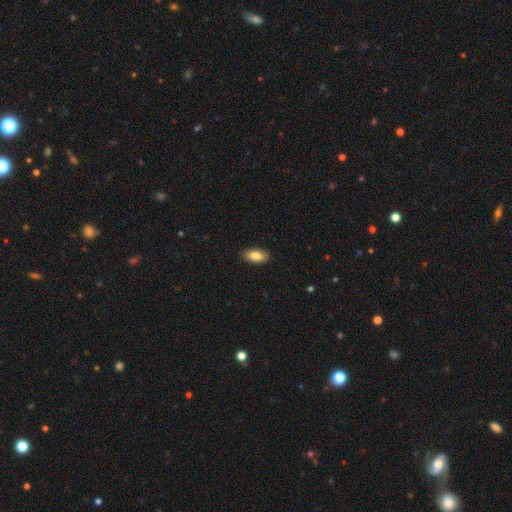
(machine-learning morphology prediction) Q: Smooth or featured?
A: smooth (82%); runner-up: featured or disk (11%)
Q: How rounded?
A: in between (89%); runner-up: cigar-shaped (8%)
Q: Merging?
A: none (89%); runner-up: minor disturbance (8%)